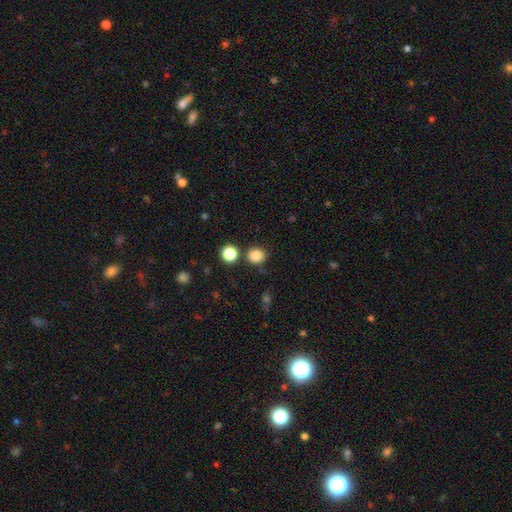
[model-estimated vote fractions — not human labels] A smooth galaxy with no disk features (85%) that is round (82%).

Vote fractions:
- Smooth or featured? smooth: 85% / star or artifact: 12% / featured or disk: 3%
- How rounded? round: 82% / in between: 17% / cigar-shaped: 1%
- Merging? none: 81% / minor disturbance: 9% / merger: 6% / major disturbance: 3%